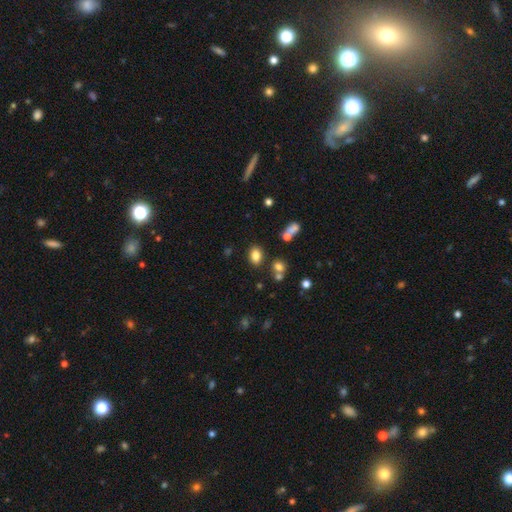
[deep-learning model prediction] This appears to be a smooth galaxy with no disk features (81%) that is in between round and cigar-shaped (76%). Merging: none (79%).